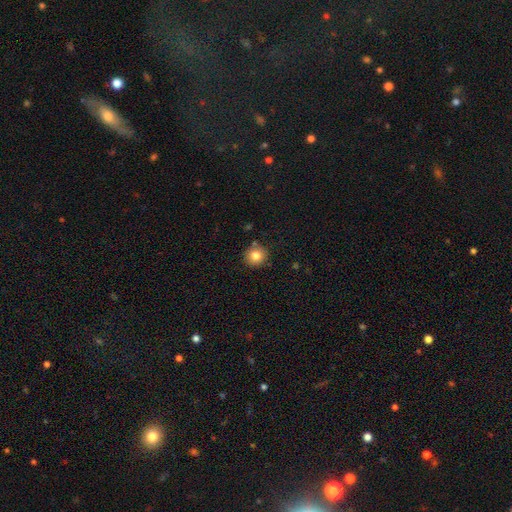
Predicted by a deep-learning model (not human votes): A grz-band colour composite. It shows a smooth galaxy with no disk features (82%) that is round (91%). Merging: none (87%).